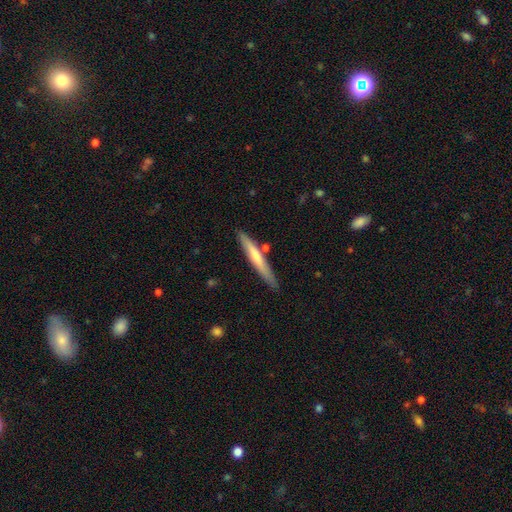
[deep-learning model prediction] The model was most divided on "smooth or featured": featured or disk: 48%, smooth: 46%, star or artifact: 6%. More confident: merging — none (84%).